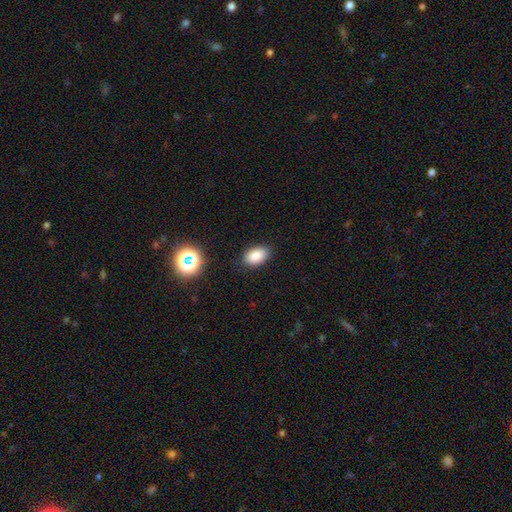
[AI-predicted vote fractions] This appears to be a smooth galaxy with no disk features (84%) that is in between round and cigar-shaped (89%). Merging: none (85%).